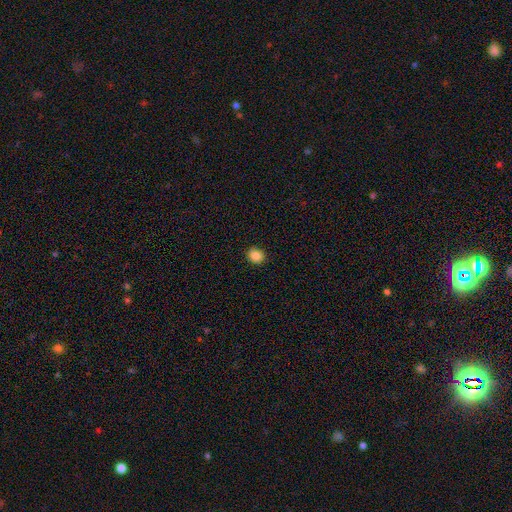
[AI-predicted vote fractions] Smooth or featured? smooth (86%)
How rounded? round (77%)
Merging? none (91%)